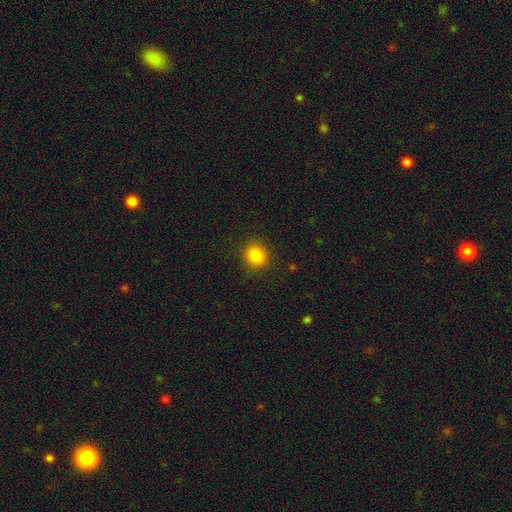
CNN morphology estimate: This is clearly a smooth galaxy (85%). How rounded: likely round (78%). Merging: clearly none (88%).